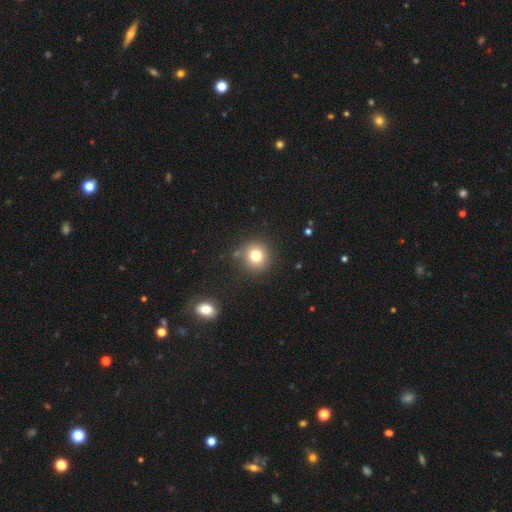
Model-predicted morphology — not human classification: smooth-or-featured: smooth: 77% | star or artifact: 14% | featured or disk: 9%
  how-rounded: round: 92% | in between: 7% | cigar-shaped: 1%
  merging: none: 85% | minor disturbance: 9% | merger: 4% | major disturbance: 3%